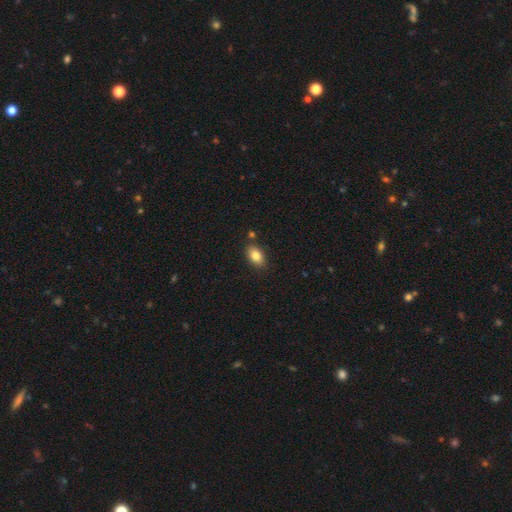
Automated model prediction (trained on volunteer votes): smooth 84%, star or artifact 8%, featured or disk 8%. Down the decision tree: how rounded — in between (87%); merging — none (82%).